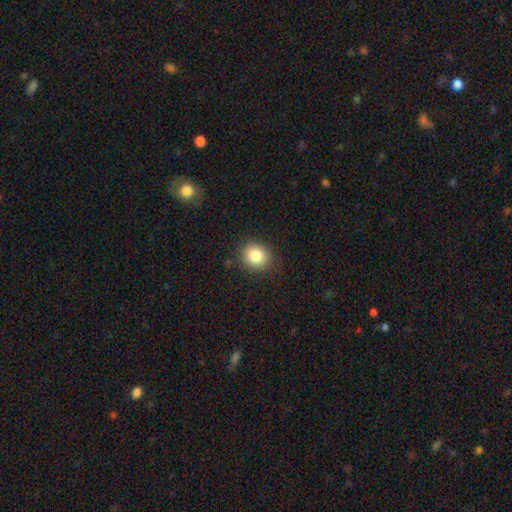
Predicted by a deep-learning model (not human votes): The model was most divided on "how rounded": round: 79%, in between: 21%, cigar-shaped: 1%. More confident: merging — none (87%); smooth or featured — smooth (83%).